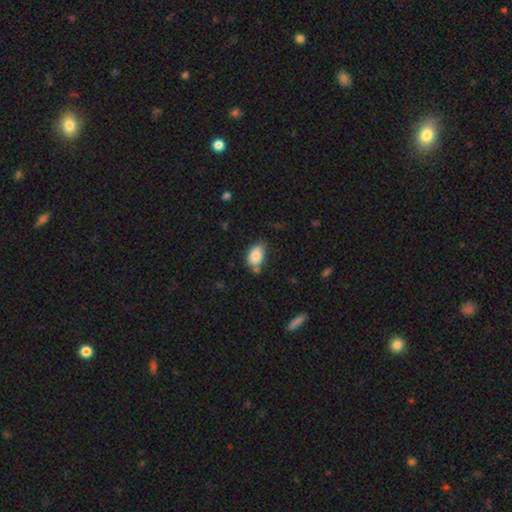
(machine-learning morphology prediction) Q: Smooth or featured?
A: smooth (81%); runner-up: featured or disk (11%)
Q: How rounded?
A: in between (88%); runner-up: round (11%)
Q: Merging?
A: none (57%); runner-up: minor disturbance (27%)